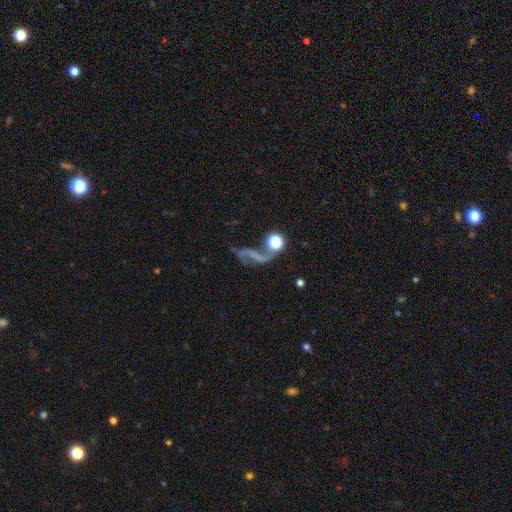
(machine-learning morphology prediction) Smooth or featured: featured or disk — 69% (smooth — 16%)
Edge-on disk: no — 95% (yes — 5%)
Bar: no — 47% (weak — 31%)
Spiral arms: yes — 85% (no — 15%)
Spiral winding: loose — 85% (medium — 12%)
Spiral arm count: 2 — 76% (1 — 19%)
Bulge size: none — 57% (small — 27%)
Merging: none — 48% (major disturbance — 23%)